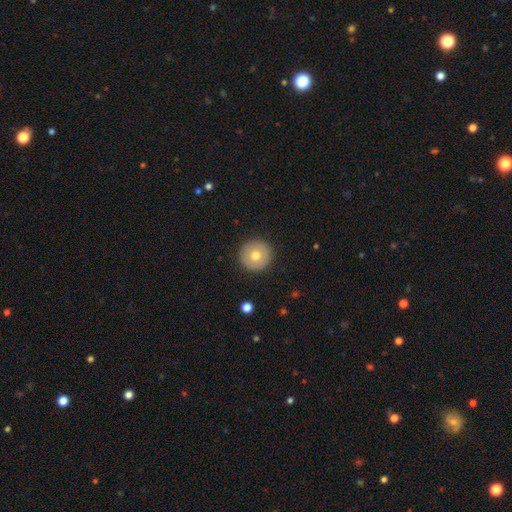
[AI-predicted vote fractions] This is likely a smooth galaxy (72%). How rounded: clearly round (96%). Merging: clearly none (92%).